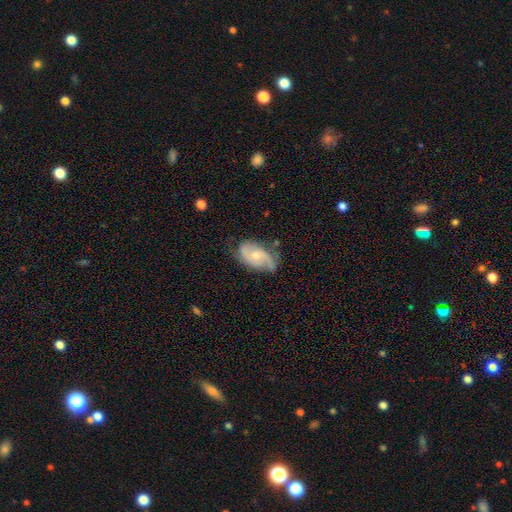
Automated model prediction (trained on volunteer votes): Smooth or featured: featured or disk — 73% (smooth — 20%)
Edge-on disk: no — 95% (yes — 5%)
Bar: no — 65% (weak — 30%)
Spiral arms: yes — 91% (no — 9%)
Spiral winding: medium — 44% (tight — 32%)
Spiral arm count: 2 — 71% (can't tell — 15%)
Bulge size: small — 52% (moderate — 44%)
Merging: none — 63% (minor disturbance — 26%)